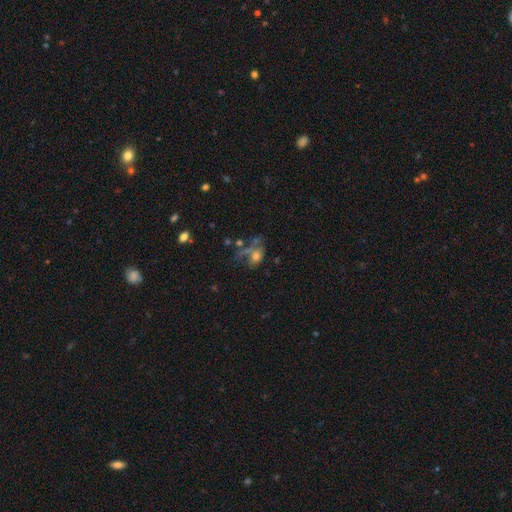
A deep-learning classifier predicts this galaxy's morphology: A smooth galaxy with no disk features (50%).

Vote fractions:
- Smooth or featured? smooth: 50% / featured or disk: 36% / star or artifact: 15%
- Merging? major disturbance: 35% / none: 27% / merger: 21% / minor disturbance: 17%